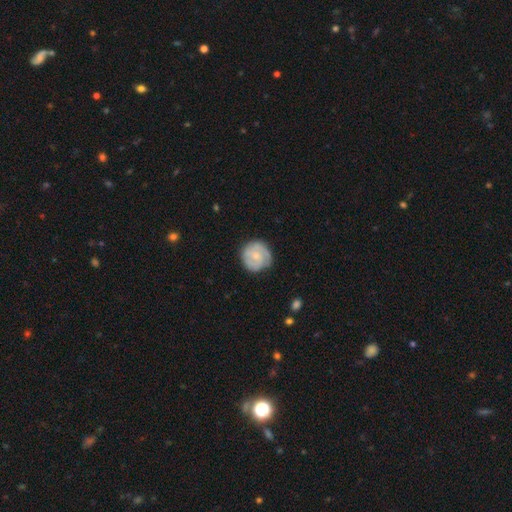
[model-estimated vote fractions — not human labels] A featured or disk galaxy (55%) with no bar (70%), spiral arms (83%) and a small central bulge (61%). Merging: none (75%).